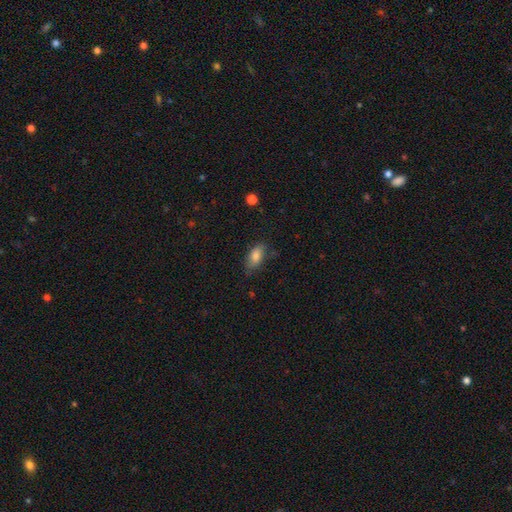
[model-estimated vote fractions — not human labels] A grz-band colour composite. It shows a smooth galaxy with no disk features (81%) that is in between round and cigar-shaped (87%). Merging: none (73%).